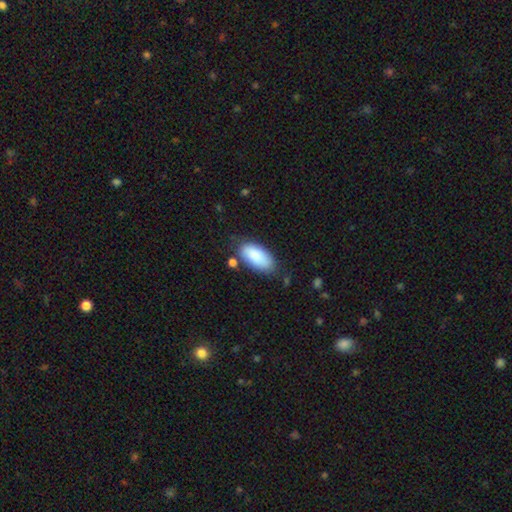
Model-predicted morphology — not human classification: The model was most divided on "merging": none: 72%, minor disturbance: 18%, merger: 5%, major disturbance: 5%. More confident: how rounded — in between (92%); smooth or featured — smooth (87%).